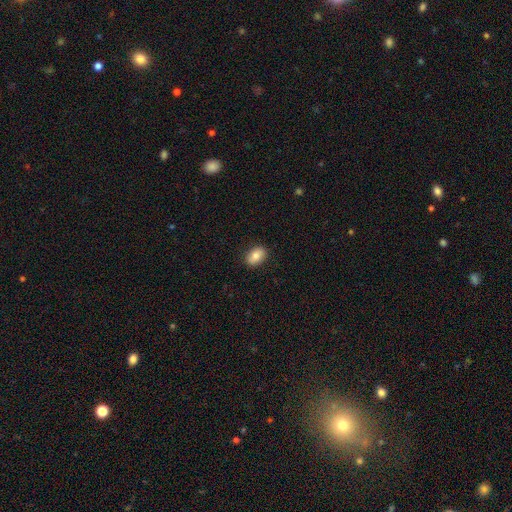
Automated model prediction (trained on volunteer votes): smooth 81%, featured or disk 11%, star or artifact 8%. Down the decision tree: how rounded — in between (84%); merging — none (89%).